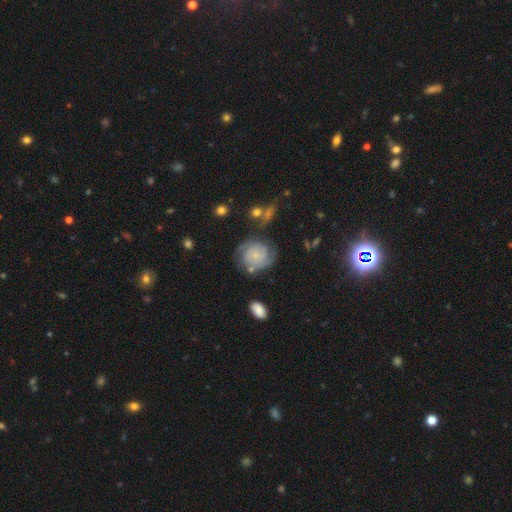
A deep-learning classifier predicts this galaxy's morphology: A featured or disk galaxy (65%) with no bar (79%), 2 (48%) tight (59%) spiral arms (88%) and a small central bulge (78%). Merging: none (60%).